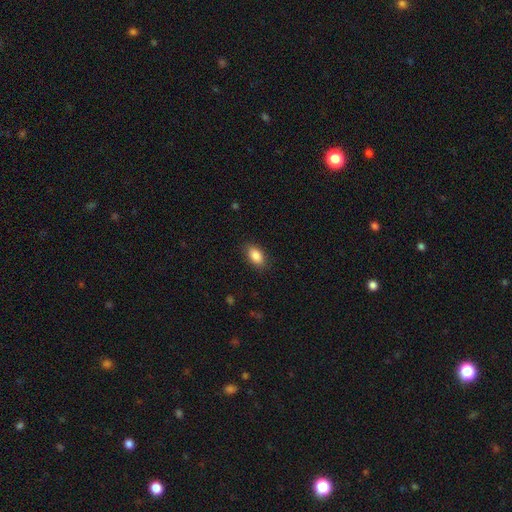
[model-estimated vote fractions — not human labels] Smooth or featured? Predicted: smooth (p=0.88). How rounded? Predicted: in between (p=0.91). Merging? Predicted: none (p=0.86).